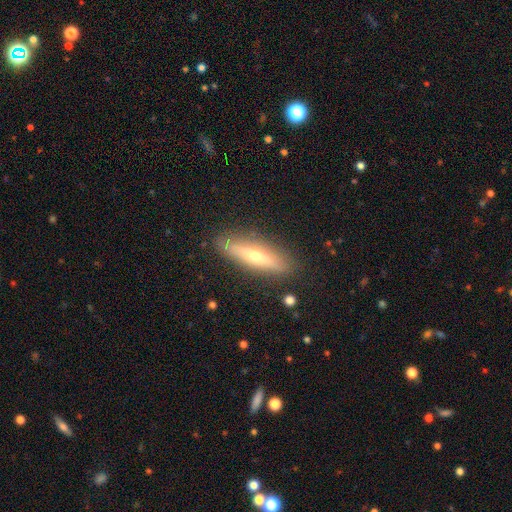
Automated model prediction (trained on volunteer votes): Q: Smooth or featured?
A: featured or disk (47%); runner-up: smooth (46%)
Q: Merging?
A: none (87%); runner-up: minor disturbance (9%)